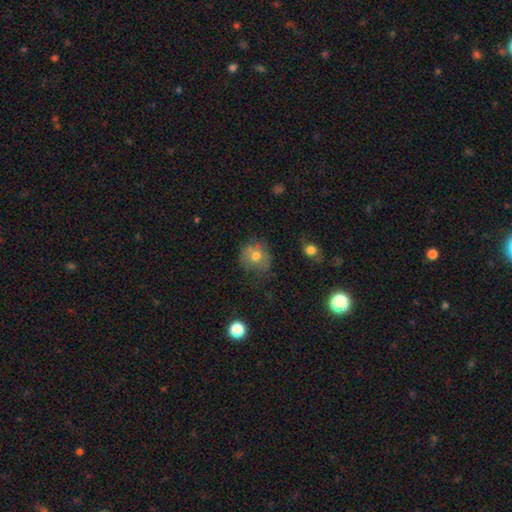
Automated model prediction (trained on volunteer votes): This appears to be a smooth galaxy with no disk features (68%) that is round (78%). Merging: none (58%).